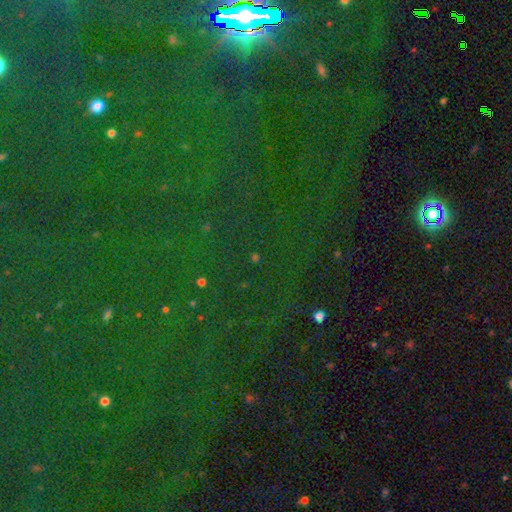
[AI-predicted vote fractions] Smooth or featured? Predicted: star or artifact (p=0.83).